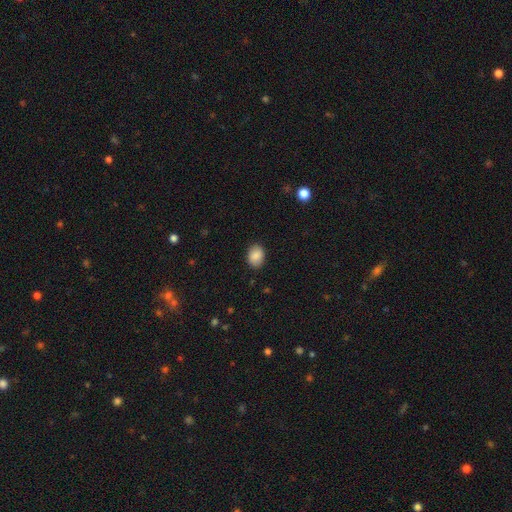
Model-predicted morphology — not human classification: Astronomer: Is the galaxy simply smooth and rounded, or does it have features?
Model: smooth — 88%.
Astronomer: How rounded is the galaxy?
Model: in between — 67%.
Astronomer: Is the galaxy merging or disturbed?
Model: none — 87%.